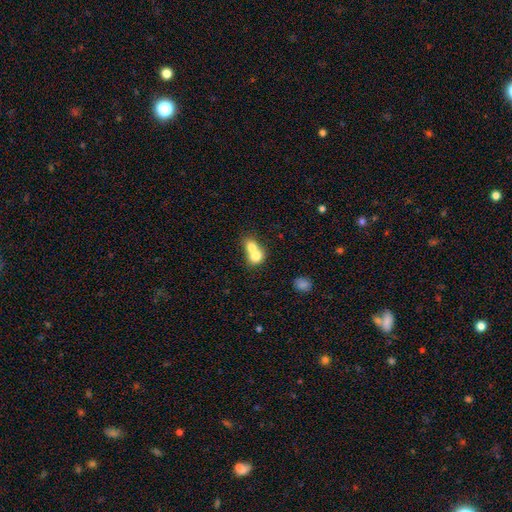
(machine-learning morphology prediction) type=smooth (71%); roundness=round (63%); merging=merger (76%).